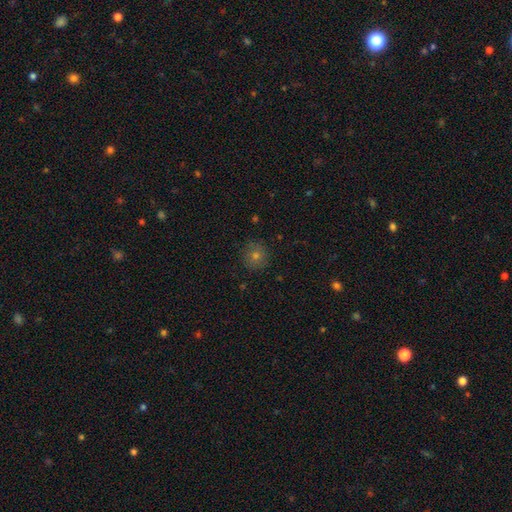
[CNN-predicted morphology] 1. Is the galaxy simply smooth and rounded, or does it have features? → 64% smooth, 22% star or artifact, 13% featured or disk.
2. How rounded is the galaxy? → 93% round, 6% in between, 1% cigar-shaped.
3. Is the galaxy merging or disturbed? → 87% none, 10% minor disturbance, 3% major disturbance, 1% merger.